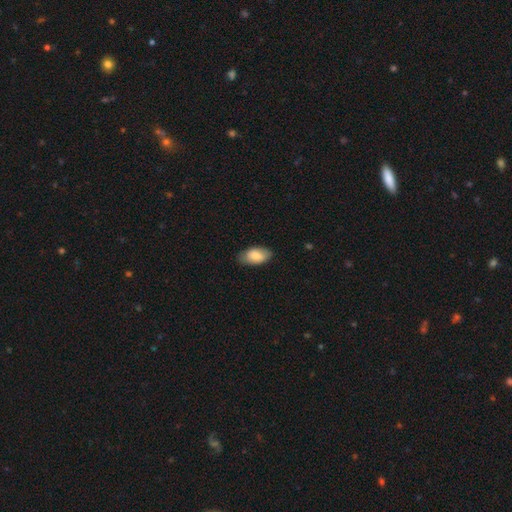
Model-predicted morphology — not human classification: type=smooth (84%); roundness=in between (94%); merging=none (81%).